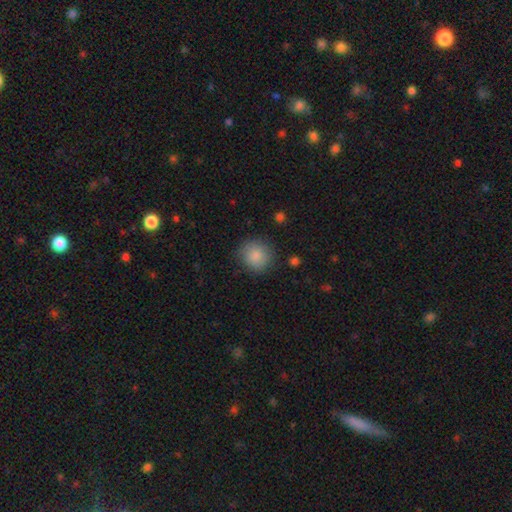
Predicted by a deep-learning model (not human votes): A smooth galaxy with no disk features (87%) that is round (91%). Merging: none (86%).